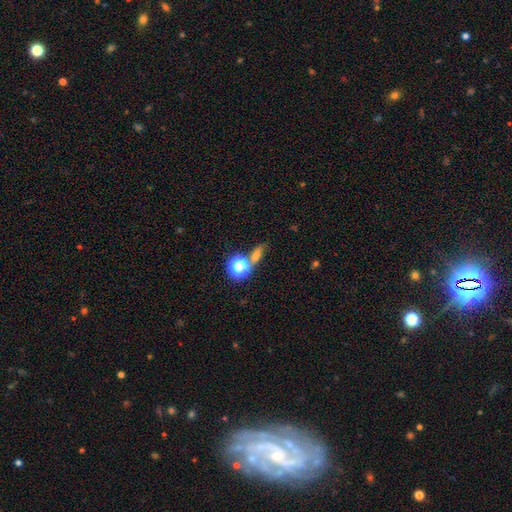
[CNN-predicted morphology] Smooth or featured?
  - smooth: 56% *
  - star or artifact: 24%
  - featured or disk: 20%
How rounded?
  - in between: 43% *
  - round: 36%
  - cigar-shaped: 22%
Merging?
  - none: 55% *
  - merger: 22%
  - minor disturbance: 14%
  - major disturbance: 8%